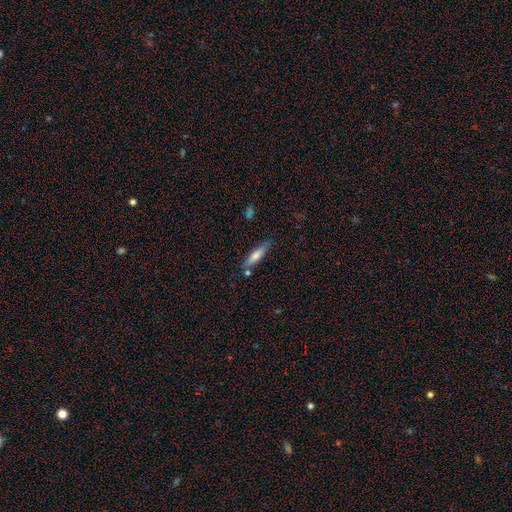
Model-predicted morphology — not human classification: smooth-or-featured: smooth: 70% | featured or disk: 23% | star or artifact: 6%
  how-rounded: cigar-shaped: 78% | in between: 21% | round: 2%
  merging: none: 75% | minor disturbance: 15% | merger: 7% | major disturbance: 3%